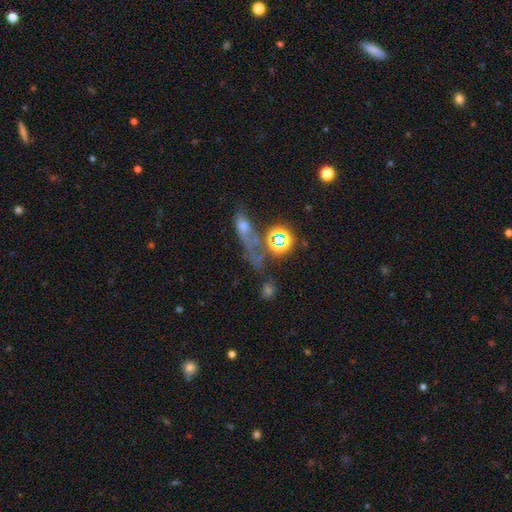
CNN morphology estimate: Overall: smooth (40%; star or artifact 34%). Merging: none (43%; merger 30%).